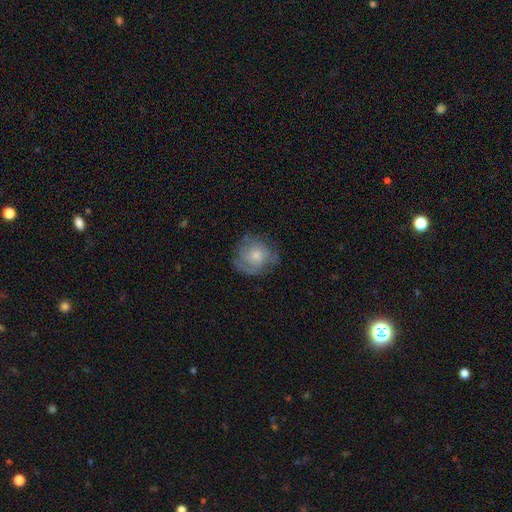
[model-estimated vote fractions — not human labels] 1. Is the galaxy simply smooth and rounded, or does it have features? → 48% smooth, 44% featured or disk, 8% star or artifact.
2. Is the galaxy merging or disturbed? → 67% none, 21% minor disturbance, 10% major disturbance, 1% merger.